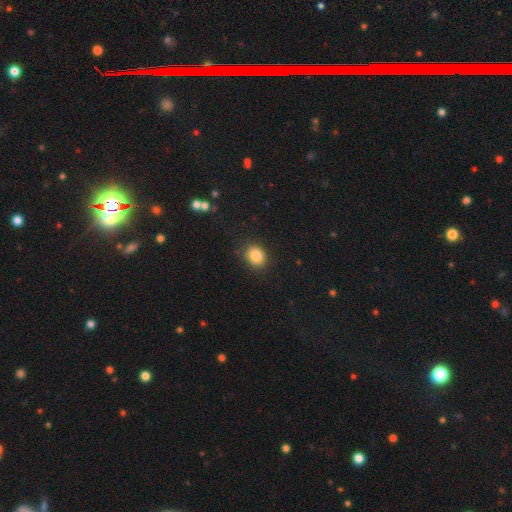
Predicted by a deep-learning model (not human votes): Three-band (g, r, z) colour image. It shows a smooth galaxy with no disk features (84%) that is round (62%). Merging: none (87%).